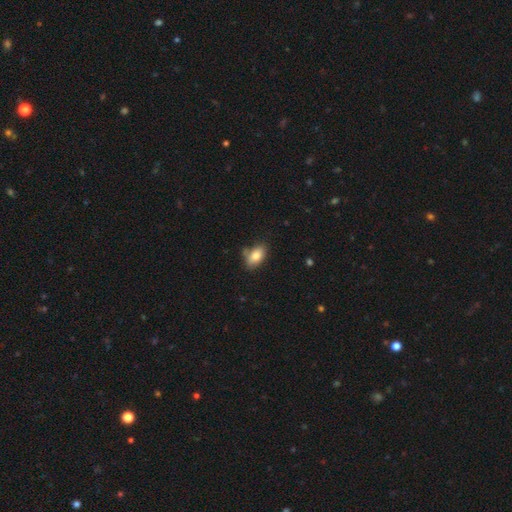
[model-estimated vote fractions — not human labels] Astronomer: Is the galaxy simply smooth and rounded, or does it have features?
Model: smooth — 83%.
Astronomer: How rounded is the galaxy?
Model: in between — 91%.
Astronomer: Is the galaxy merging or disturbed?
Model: none — 67%.